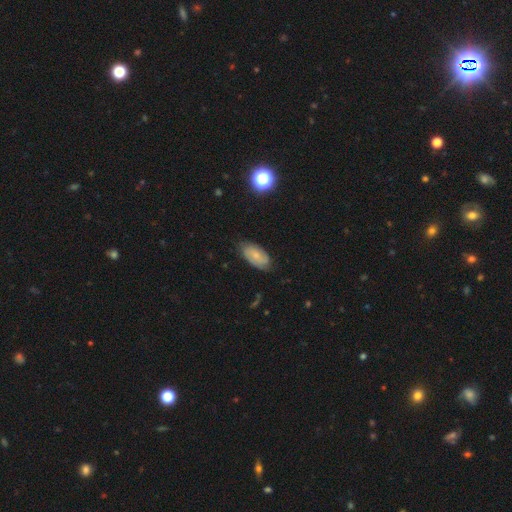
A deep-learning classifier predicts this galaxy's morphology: This appears to be a smooth galaxy with no disk features (51%) that is in between round and cigar-shaped (92%). Merging: none (75%).